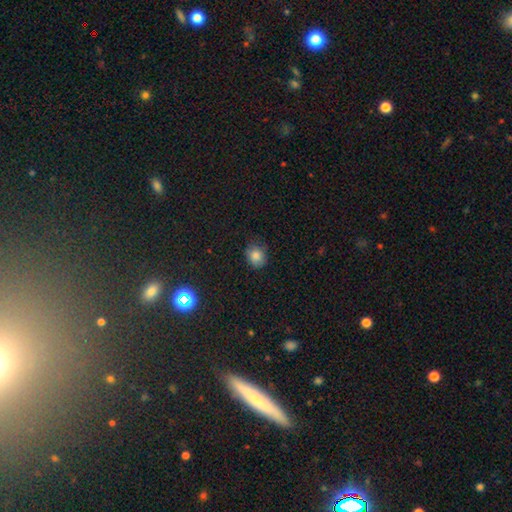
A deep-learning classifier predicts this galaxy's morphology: Overall: smooth (81%). How rounded: round (66%; in between 33%). Merging: none (77%).